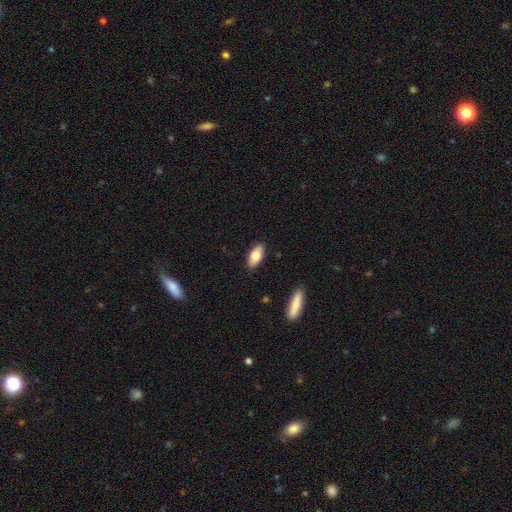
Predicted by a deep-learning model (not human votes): A smooth galaxy with no disk features (76%) that is in between round and cigar-shaped (86%). Merging: none (88%).